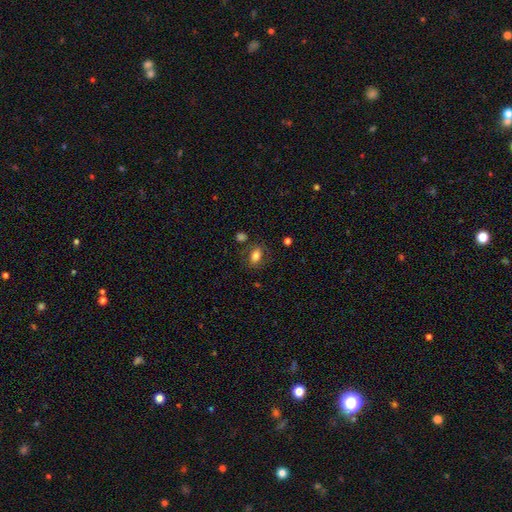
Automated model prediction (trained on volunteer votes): This is likely a smooth galaxy (74%). How rounded: likely in between (80%). Merging: likely none (73%).